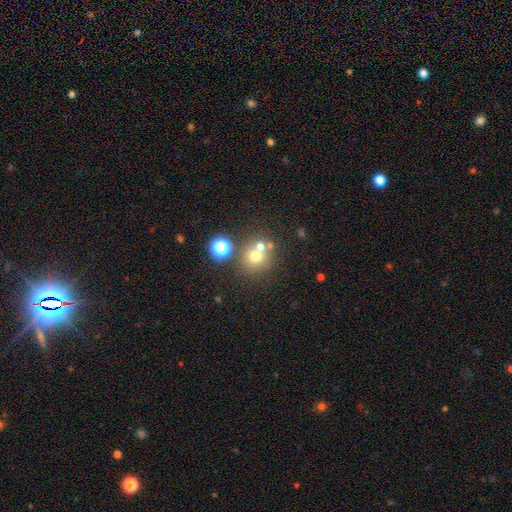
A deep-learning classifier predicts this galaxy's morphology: smooth-or-featured: smooth: 65% | star or artifact: 20% | featured or disk: 15%
  how-rounded: round: 89% | in between: 10% | cigar-shaped: 1%
  merging: none: 59% | merger: 29% | minor disturbance: 8% | major disturbance: 4%